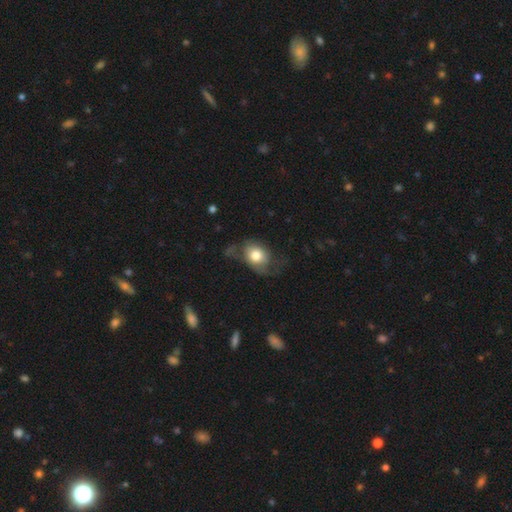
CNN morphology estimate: Overall: smooth (68%). How rounded: in between (58%; round 40%). Merging: none (36%; major disturbance 32%).